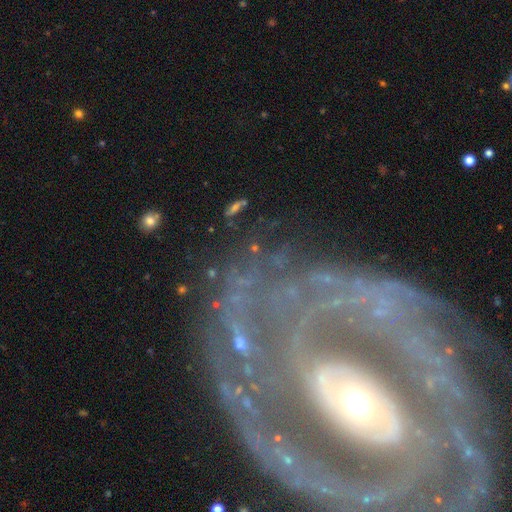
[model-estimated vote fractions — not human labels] Smooth or featured? featured or disk (80%)
Edge-on disk? no (94%)
Bar? no (38%)
Spiral arms? yes (79%)
Spiral winding? tight (52%)
Spiral arm count? 2 (37%)
Bulge size? moderate (55%)
Merging? none (62%)